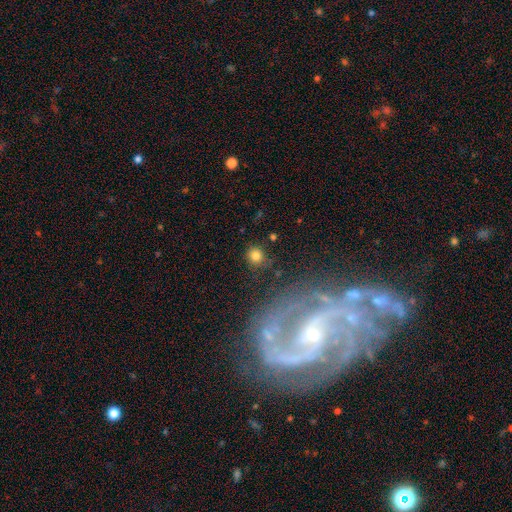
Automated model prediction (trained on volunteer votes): A smooth galaxy with no disk features (79%) that is round (93%).

Vote fractions:
- Smooth or featured? smooth: 79% / star or artifact: 13% / featured or disk: 8%
- How rounded? round: 93% / in between: 6% / cigar-shaped: 1%
- Merging? none: 85% / minor disturbance: 8% / major disturbance: 3% / merger: 3%